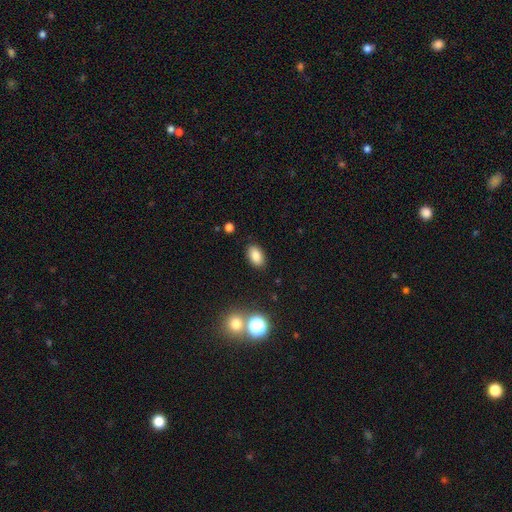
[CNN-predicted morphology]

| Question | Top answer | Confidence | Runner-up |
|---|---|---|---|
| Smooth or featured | smooth | 83% | star or artifact (10%) |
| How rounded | in between | 90% | round (8%) |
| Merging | none | 87% | minor disturbance (9%) |